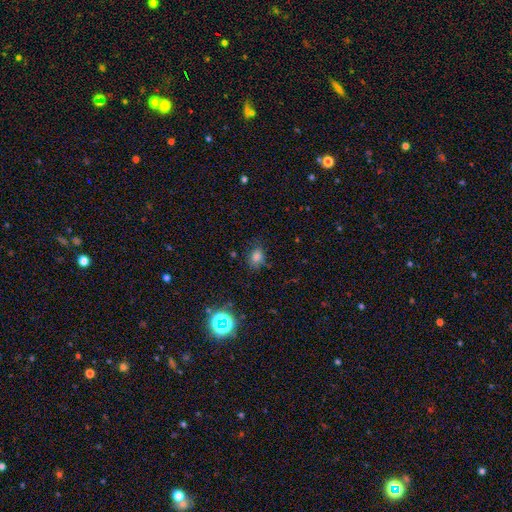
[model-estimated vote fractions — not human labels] This is likely a smooth galaxy (73%). How rounded: possibly in between (50%). Merging: likely none (76%).